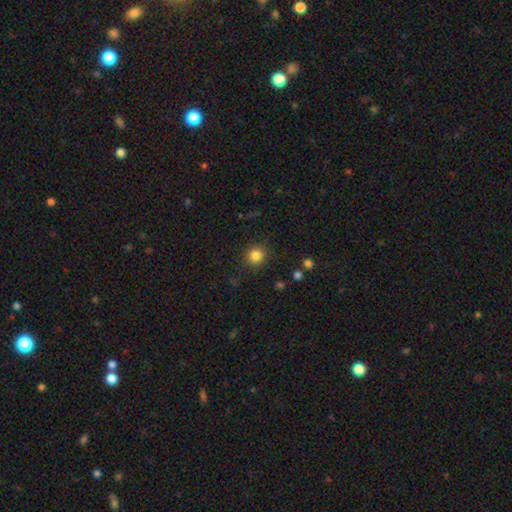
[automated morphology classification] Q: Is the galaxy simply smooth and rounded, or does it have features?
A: smooth — 84%.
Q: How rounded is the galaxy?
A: round — 92%.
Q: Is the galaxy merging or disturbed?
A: none — 88%.